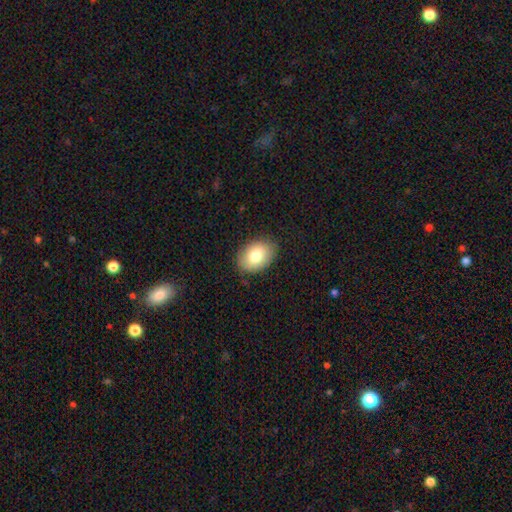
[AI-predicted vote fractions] Smooth or featured: smooth — 81% (featured or disk — 12%)
How rounded: in between — 82% (round — 17%)
Merging: none — 85% (minor disturbance — 12%)